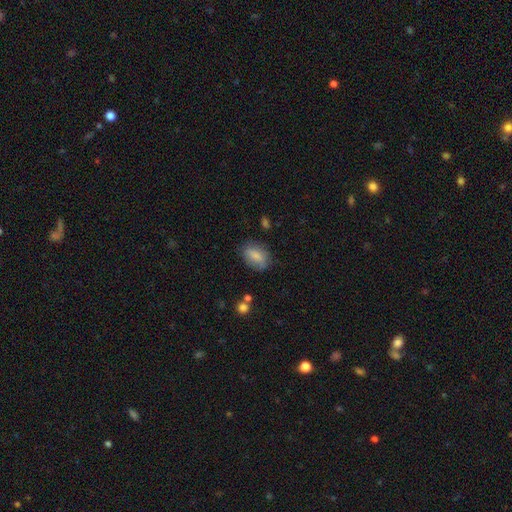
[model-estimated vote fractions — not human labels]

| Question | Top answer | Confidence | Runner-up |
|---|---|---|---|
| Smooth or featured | smooth | 82% | featured or disk (11%) |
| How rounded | in between | 83% | round (14%) |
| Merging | none | 74% | minor disturbance (19%) |